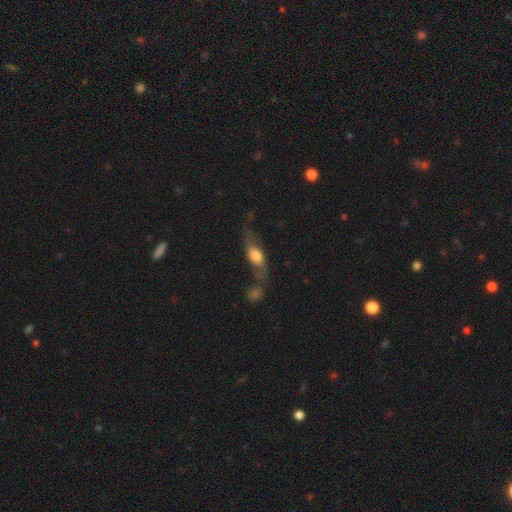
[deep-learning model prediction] A featured or disk galaxy (49%).

Vote fractions:
- Smooth or featured? featured or disk: 49% / smooth: 43% / star or artifact: 8%
- Merging? none: 42% / minor disturbance: 21% / major disturbance: 19% / merger: 17%